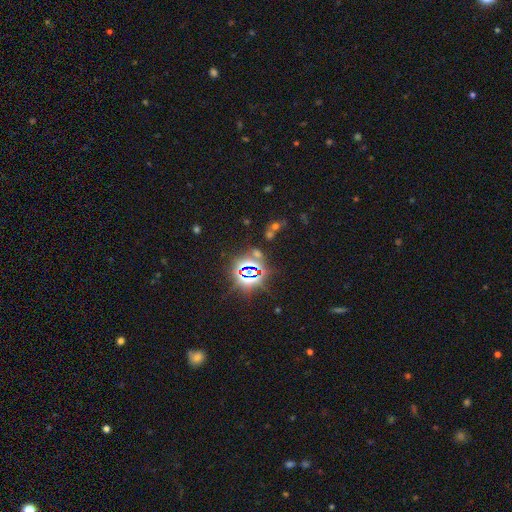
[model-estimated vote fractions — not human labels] Smooth or featured? Predicted: star or artifact (p=0.79).